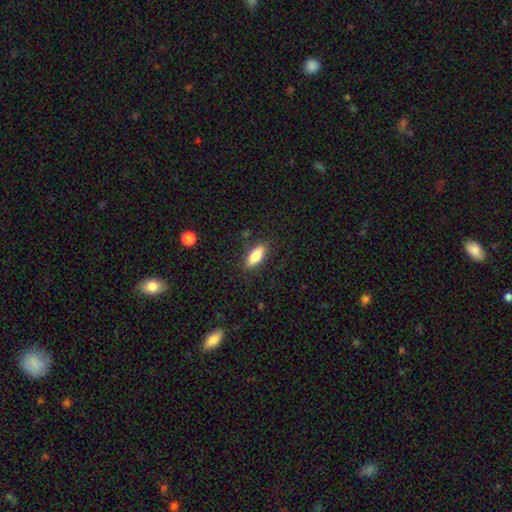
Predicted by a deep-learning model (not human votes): The model was most divided on "how rounded": in between: 75%, cigar-shaped: 22%, round: 2%. More confident: merging — none (86%); smooth or featured — smooth (80%).